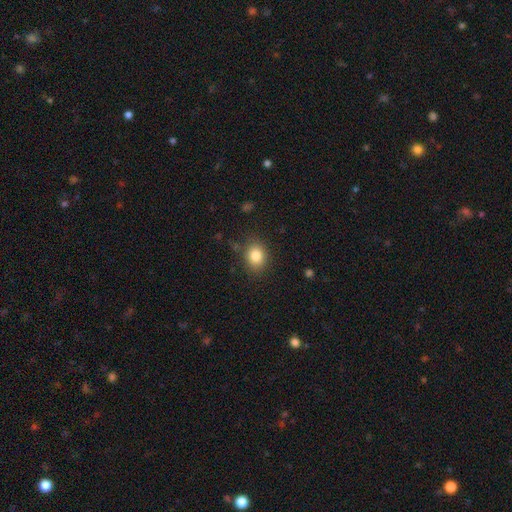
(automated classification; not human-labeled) smooth 83%, star or artifact 10%, featured or disk 7%. Down the decision tree: how rounded — round (51%); merging — none (82%).